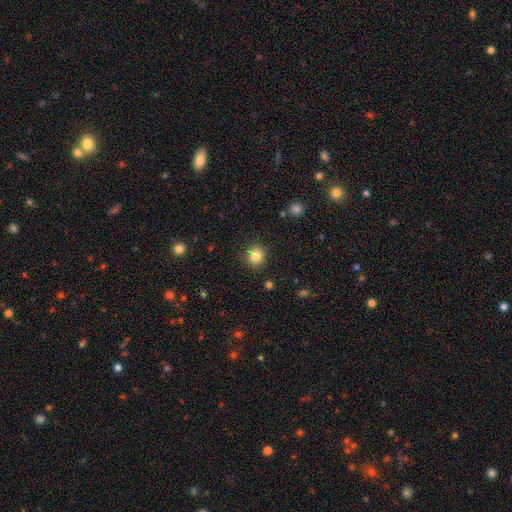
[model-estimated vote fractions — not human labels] Smooth or featured?
  - smooth: 83% *
  - star or artifact: 11%
  - featured or disk: 6%
How rounded?
  - round: 90% *
  - in between: 9%
  - cigar-shaped: 1%
Merging?
  - none: 90% *
  - minor disturbance: 6%
  - major disturbance: 2%
  - merger: 1%